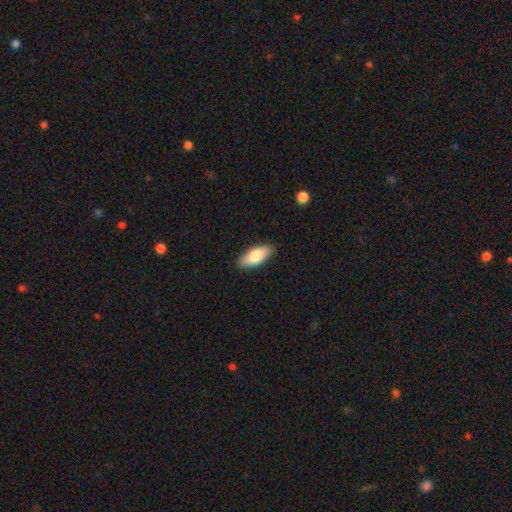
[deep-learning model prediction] This appears to be a smooth galaxy with no disk features (81%) that is in between round and cigar-shaped (86%). Merging: none (88%).